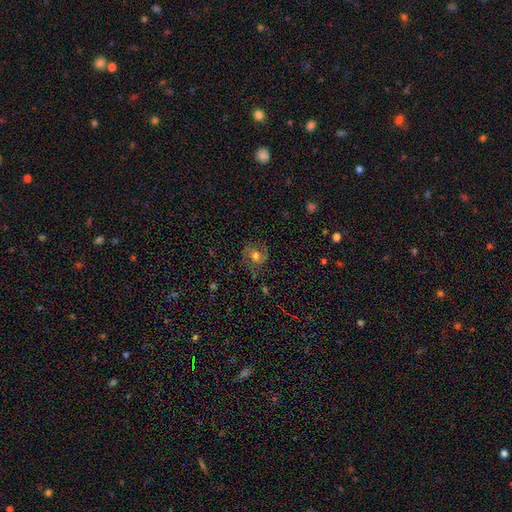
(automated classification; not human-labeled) featured or disk 46%, smooth 40%, star or artifact 13%. Down the decision tree: merging — none (69%).